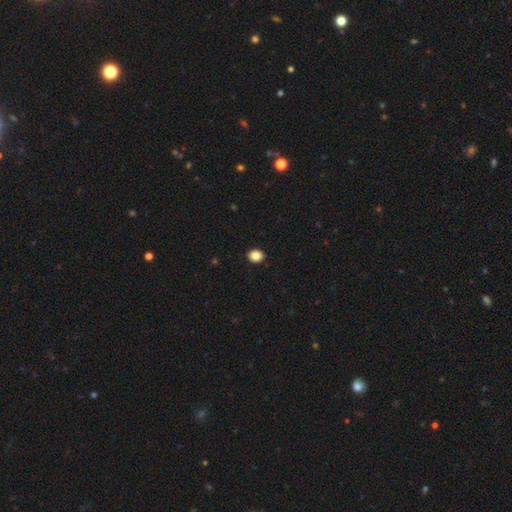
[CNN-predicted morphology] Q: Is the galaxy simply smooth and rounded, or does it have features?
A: smooth — 87%.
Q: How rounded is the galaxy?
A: round — 57%.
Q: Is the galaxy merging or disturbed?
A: none — 91%.